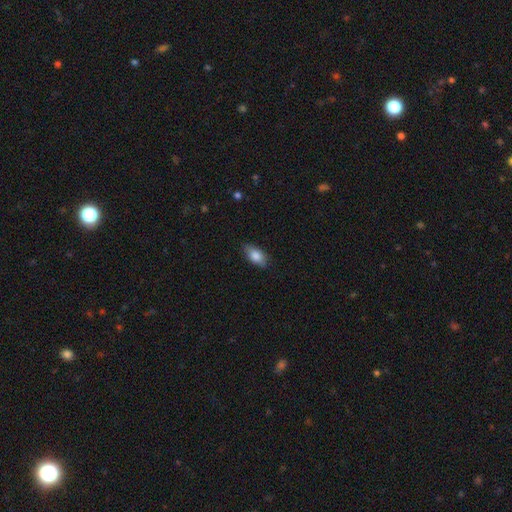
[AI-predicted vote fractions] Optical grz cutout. It shows a smooth galaxy with no disk features (83%) that is in between round and cigar-shaped (90%). Merging: none (80%).